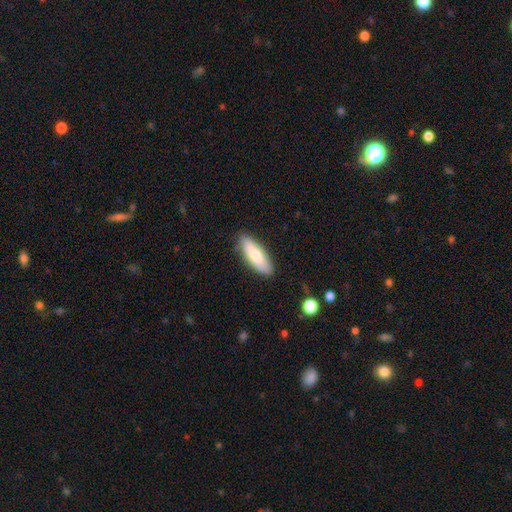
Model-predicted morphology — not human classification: Smooth or featured? smooth (74%)
How rounded? in between (55%)
Merging? none (86%)